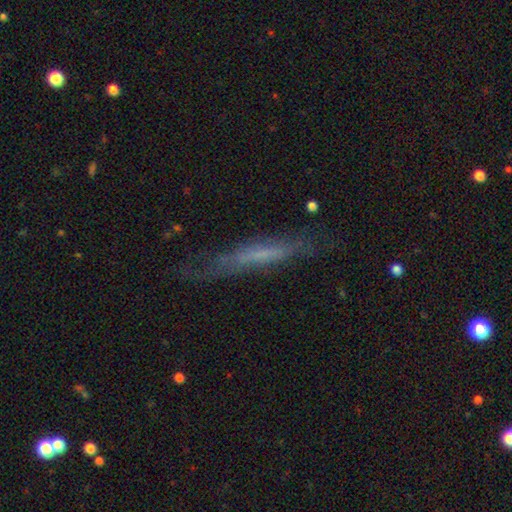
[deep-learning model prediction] A featured or disk galaxy (50%) viewed edge-on (80%).

Vote fractions:
- Smooth or featured? featured or disk: 50% / smooth: 41% / star or artifact: 9%
- Edge-on disk? yes: 80% / no: 20%
- Merging? none: 70% / minor disturbance: 21% / major disturbance: 7% / merger: 2%